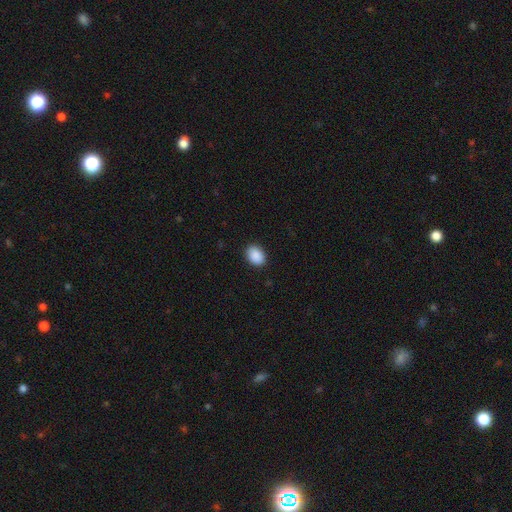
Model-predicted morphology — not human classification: The model was most divided on "how rounded": in between: 72%, round: 27%, cigar-shaped: 1%. More confident: smooth or featured — smooth (90%); merging — none (89%).